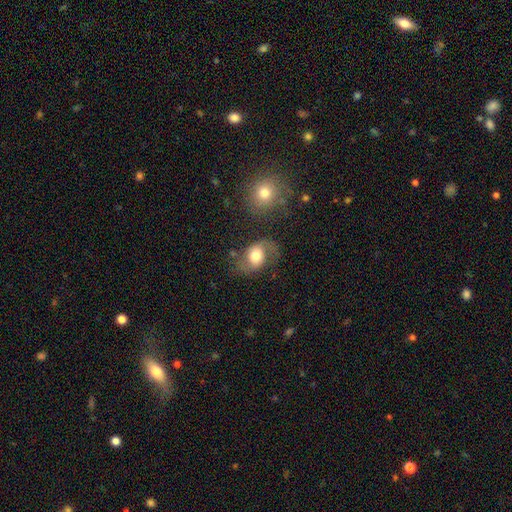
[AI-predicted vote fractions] Smooth or featured? Predicted: smooth (p=0.48). Merging? Predicted: none (p=0.53).